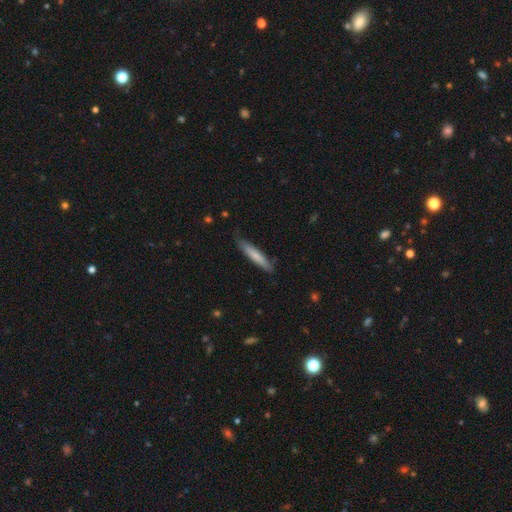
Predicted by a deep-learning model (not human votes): Overall: smooth (73%). How rounded: cigar-shaped (91%). Merging: none (82%).